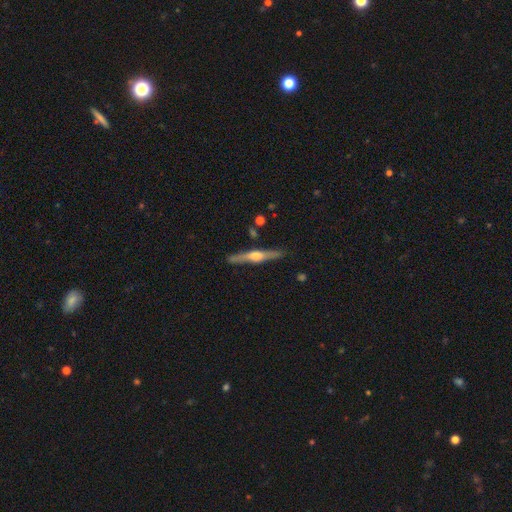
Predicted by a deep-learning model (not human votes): A featured or disk galaxy (73%) viewed edge-on (97%) with a rounded central bulge (87%). Merging: none (88%).